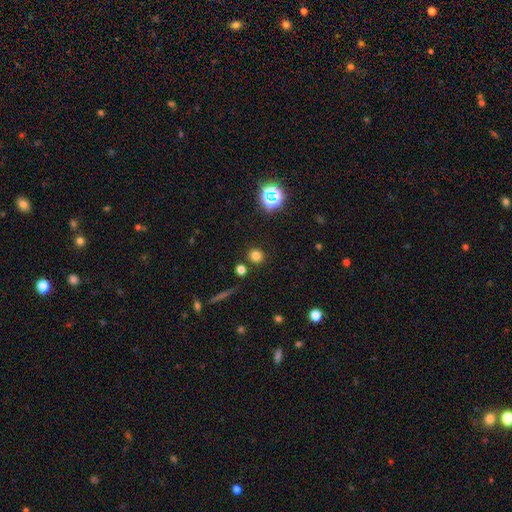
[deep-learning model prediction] Overall: smooth (76%). How rounded: round (89%). Merging: none (85%).